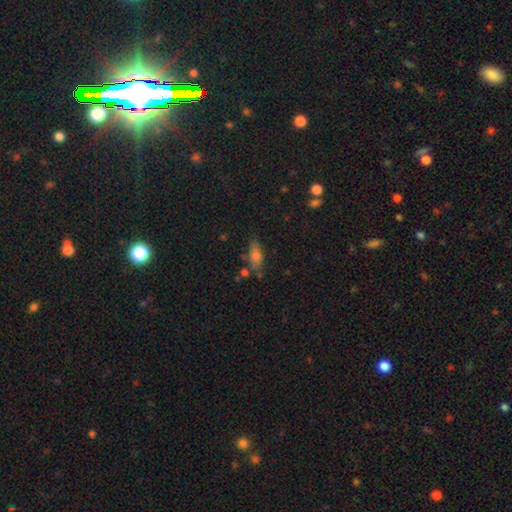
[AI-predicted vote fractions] Q: Smooth or featured?
A: smooth (74%); runner-up: featured or disk (14%)
Q: How rounded?
A: in between (78%); runner-up: cigar-shaped (18%)
Q: Merging?
A: none (58%); runner-up: minor disturbance (24%)